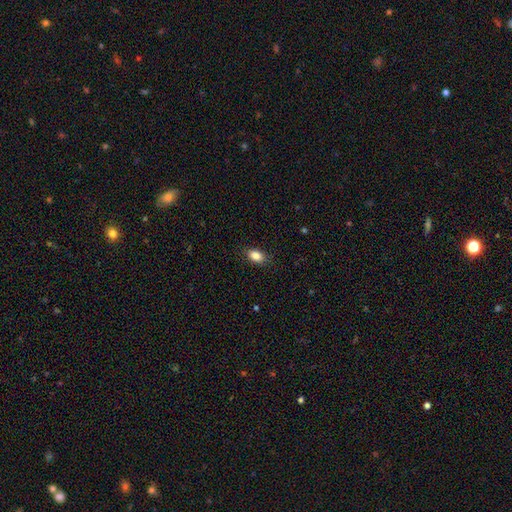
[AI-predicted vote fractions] A smooth galaxy with no disk features (87%) that is in between round and cigar-shaped (88%).

Vote fractions:
- Smooth or featured? smooth: 87% / star or artifact: 8% / featured or disk: 5%
- How rounded? in between: 88% / round: 10% / cigar-shaped: 3%
- Merging? none: 86% / minor disturbance: 11% / major disturbance: 3% / merger: 1%